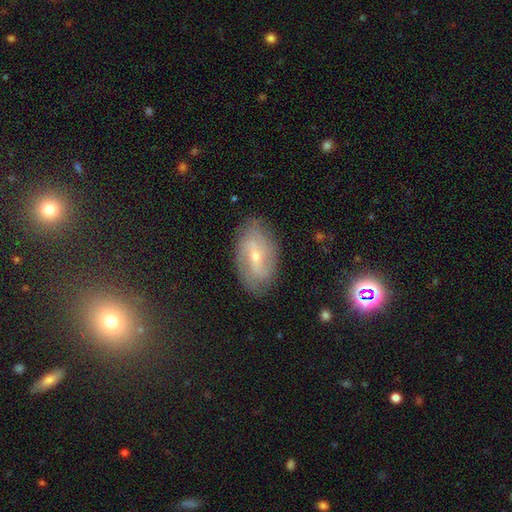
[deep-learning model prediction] smooth_or_featured: featured or disk (p=0.76) [alt: smooth p=0.16]
disk_edge_on: no (p=0.94) [alt: yes p=0.06]
bar: weak (p=0.46) [alt: no p=0.31]
has_spiral_arms: yes (p=0.87) [alt: no p=0.13]
spiral_winding: medium (p=0.40) [alt: tight p=0.31]
spiral_arm_count: 2 (p=0.63) [alt: can't tell p=0.21]
bulge_size: small (p=0.67) [alt: moderate p=0.30]
merging: none (p=0.80) [alt: minor disturbance p=0.14]